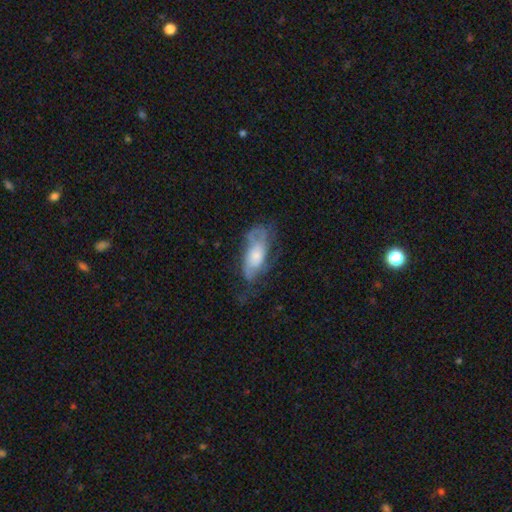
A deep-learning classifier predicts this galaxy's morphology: type=featured or disk (56%); edge-on=no (88%); merging=none (43%).